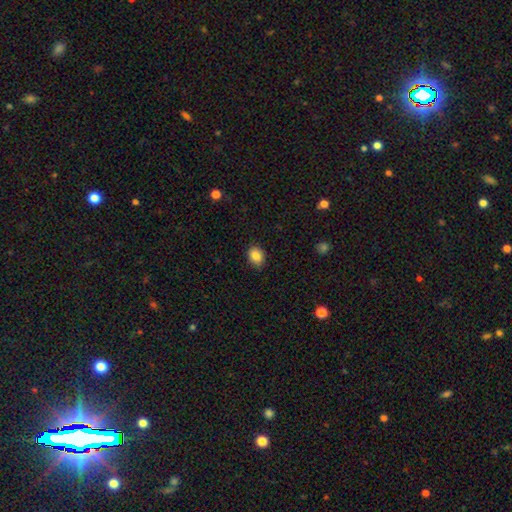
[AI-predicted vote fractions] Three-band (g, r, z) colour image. It shows a smooth galaxy with no disk features (85%) that is in between round and cigar-shaped (55%). Merging: none (86%).